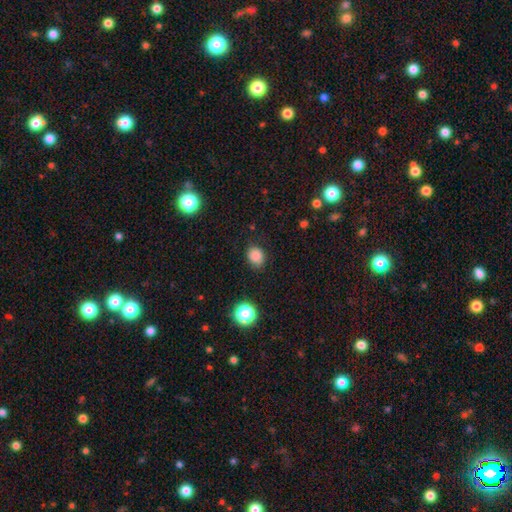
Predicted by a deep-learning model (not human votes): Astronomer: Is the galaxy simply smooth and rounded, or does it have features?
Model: smooth — 83%.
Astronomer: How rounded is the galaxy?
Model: in between — 53% (runner-up: round, 46%).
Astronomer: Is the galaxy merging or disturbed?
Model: none — 78%.